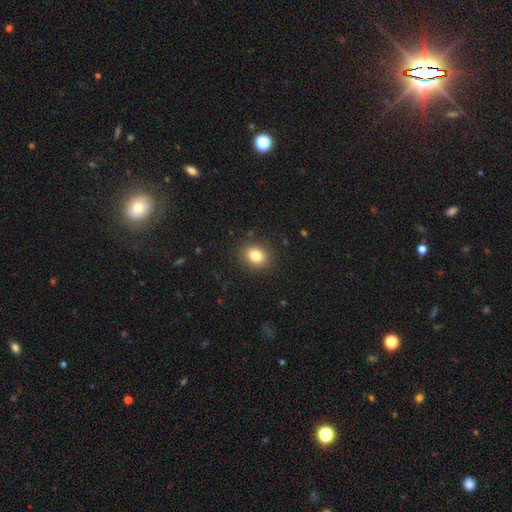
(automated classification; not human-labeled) Smooth or featured?
  - smooth: 82% *
  - star or artifact: 11%
  - featured or disk: 7%
How rounded?
  - round: 56% *
  - in between: 44%
  - cigar-shaped: 1%
Merging?
  - none: 88% *
  - minor disturbance: 8%
  - major disturbance: 3%
  - merger: 1%